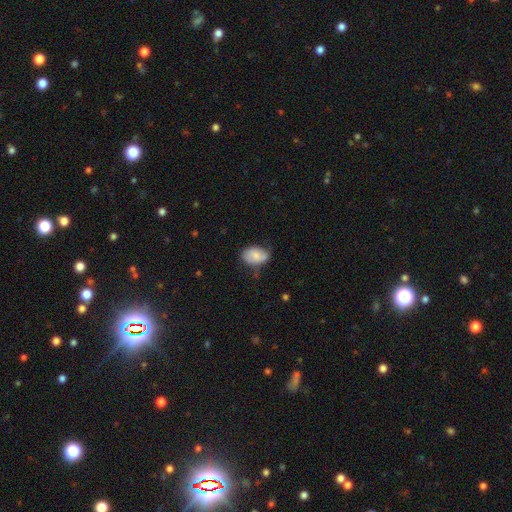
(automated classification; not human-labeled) smooth_or_featured: smooth (p=0.72) [alt: featured or disk p=0.20]
how_rounded: in between (p=0.86) [alt: round p=0.13]
merging: none (p=0.56) [alt: minor disturbance p=0.33]